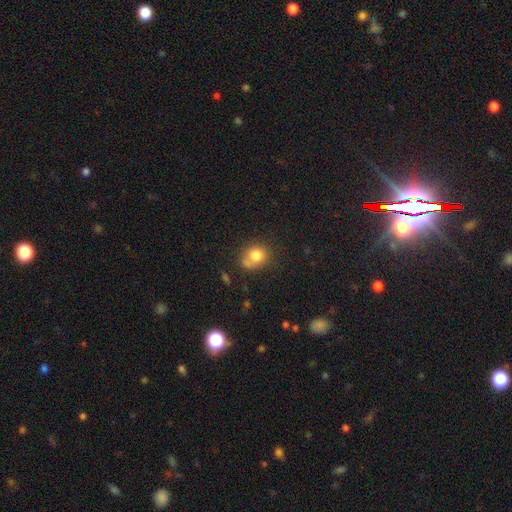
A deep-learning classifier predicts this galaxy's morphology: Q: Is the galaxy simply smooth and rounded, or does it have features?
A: smooth — 79%.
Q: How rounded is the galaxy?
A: round — 72%.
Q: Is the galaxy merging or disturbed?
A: none — 53%.